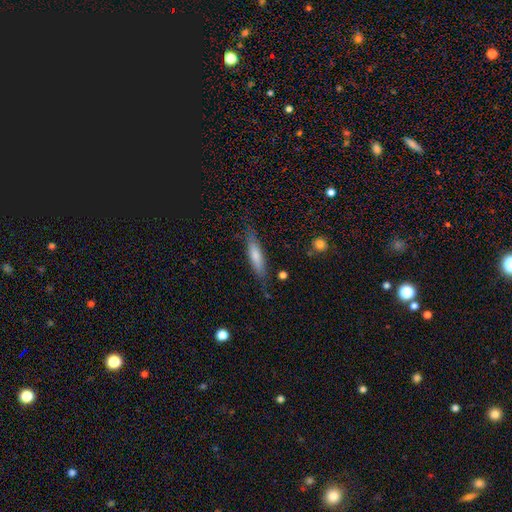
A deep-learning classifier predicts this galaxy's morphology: Smooth or featured? Predicted: smooth (p=0.70). How rounded? Predicted: cigar-shaped (p=0.78). Merging? Predicted: none (p=0.78).